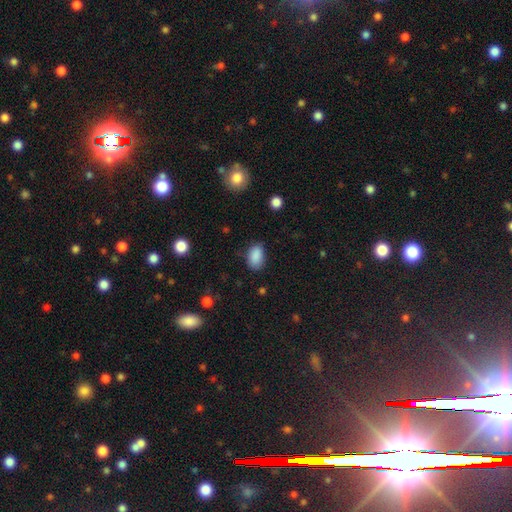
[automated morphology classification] This is clearly a smooth galaxy (88%). How rounded: clearly in between (90%). Merging: likely none (77%).